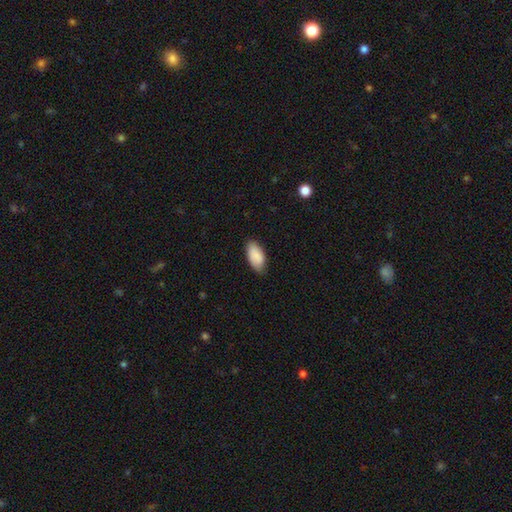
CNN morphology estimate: This appears to be a smooth galaxy with no disk features (89%) that is in between round and cigar-shaped (94%). Merging: none (80%).